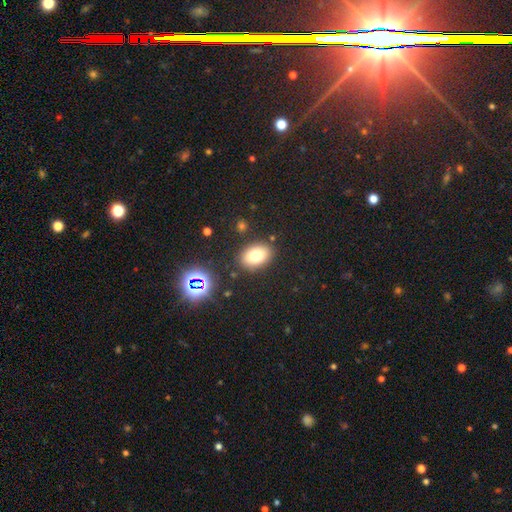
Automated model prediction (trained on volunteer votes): Q: Smooth or featured?
A: smooth (76%); runner-up: star or artifact (13%)
Q: How rounded?
A: in between (78%); runner-up: round (21%)
Q: Merging?
A: none (84%); runner-up: minor disturbance (10%)